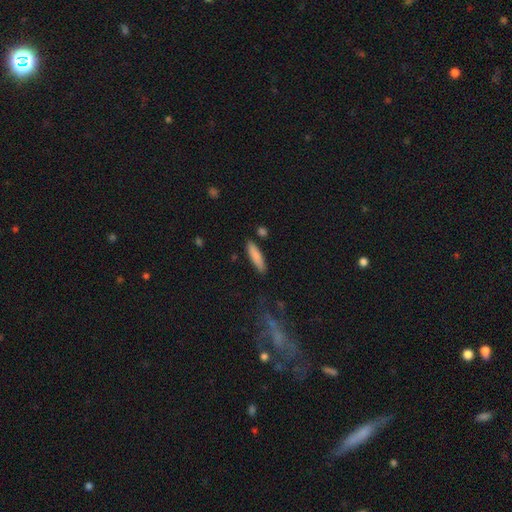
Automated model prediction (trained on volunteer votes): Overall: smooth (84%). How rounded: cigar-shaped (76%). Merging: none (87%).